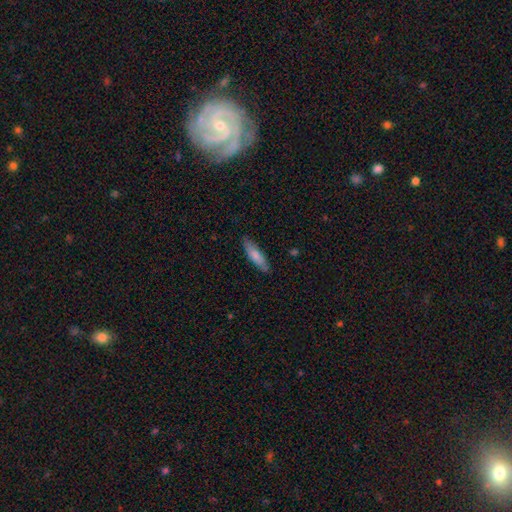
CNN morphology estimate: smooth-or-featured: smooth: 75% | featured or disk: 20% | star or artifact: 5%
  how-rounded: cigar-shaped: 63% | in between: 35% | round: 2%
  merging: none: 84% | minor disturbance: 12% | major disturbance: 2% | merger: 1%